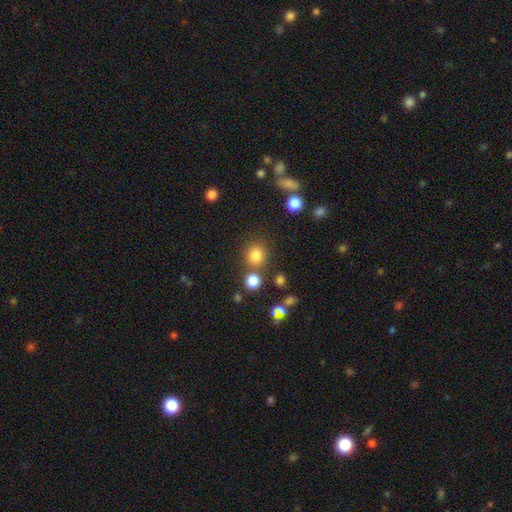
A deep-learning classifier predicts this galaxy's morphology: The model was most divided on "merging": none: 72%, merger: 14%, minor disturbance: 9%, major disturbance: 4%. More confident: how rounded — round (84%); smooth or featured — smooth (80%).